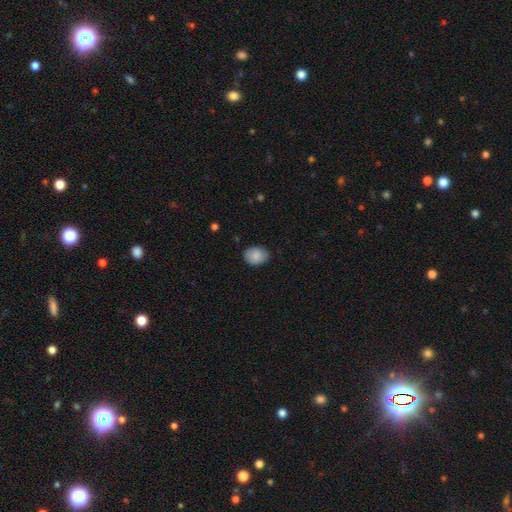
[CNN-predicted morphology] type=smooth (85%); roundness=in between (63%); merging=none (82%).